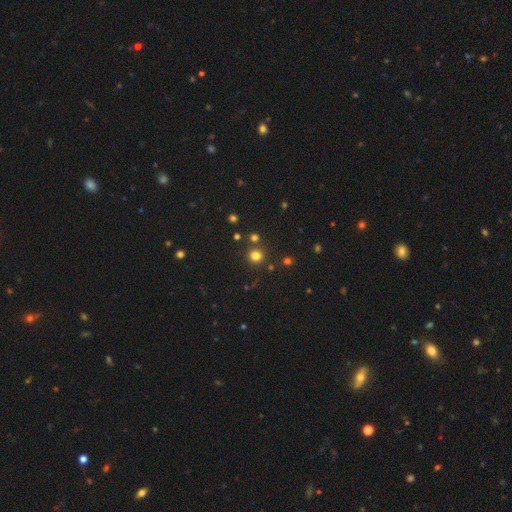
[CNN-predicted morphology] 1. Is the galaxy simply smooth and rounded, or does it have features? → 75% smooth, 19% star or artifact, 5% featured or disk.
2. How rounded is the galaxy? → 93% round, 6% in between, 1% cigar-shaped.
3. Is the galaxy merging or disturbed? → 83% none, 8% merger, 6% minor disturbance, 3% major disturbance.